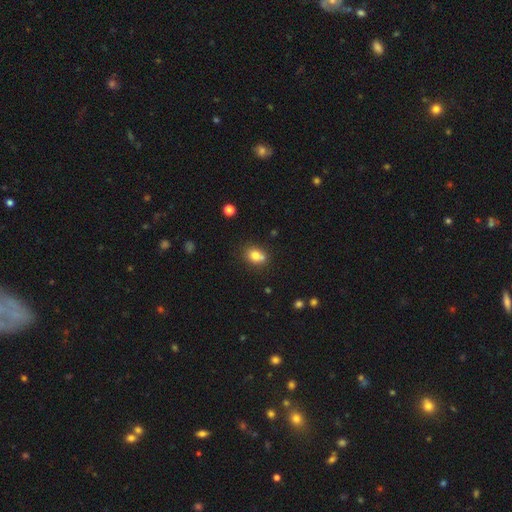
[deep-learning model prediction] Overall: smooth (78%). How rounded: round (50%; in between 49%). Merging: none (55%; merger 25%).